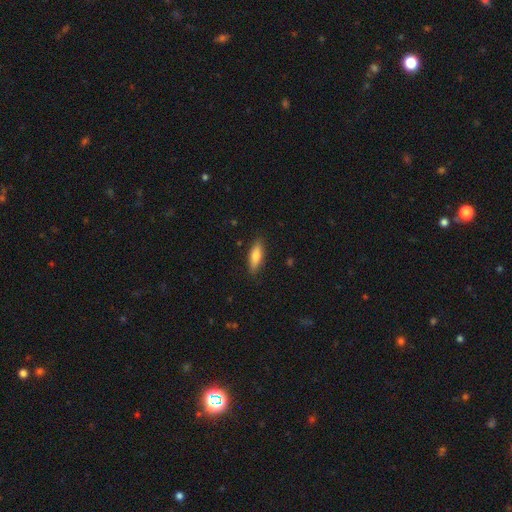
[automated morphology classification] Smooth or featured? smooth (77%)
How rounded? in between (53%)
Merging? none (86%)